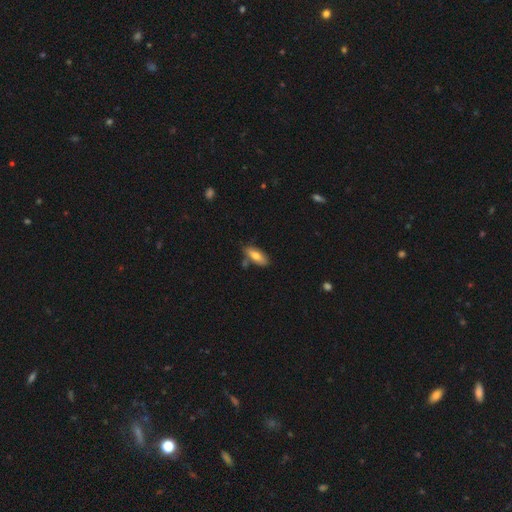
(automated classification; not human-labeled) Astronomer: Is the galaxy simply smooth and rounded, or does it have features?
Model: smooth — 70%.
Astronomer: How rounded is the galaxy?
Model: in between — 73%.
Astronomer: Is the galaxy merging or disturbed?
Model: none — 74%.